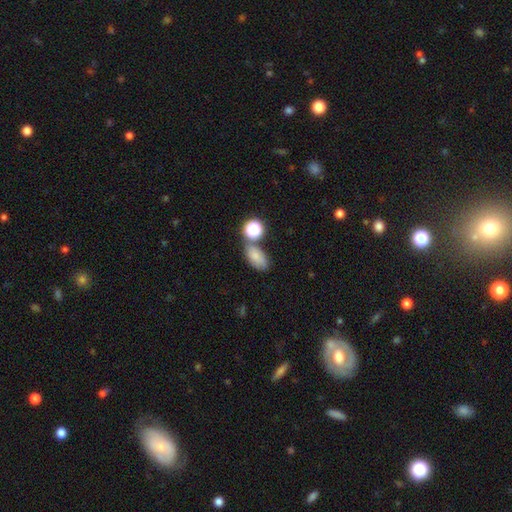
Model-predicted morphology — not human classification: smooth_or_featured: smooth (p=0.76) [alt: star or artifact p=0.14]
how_rounded: in between (p=0.86) [alt: round p=0.11]
merging: none (p=0.56) [alt: merger p=0.22]